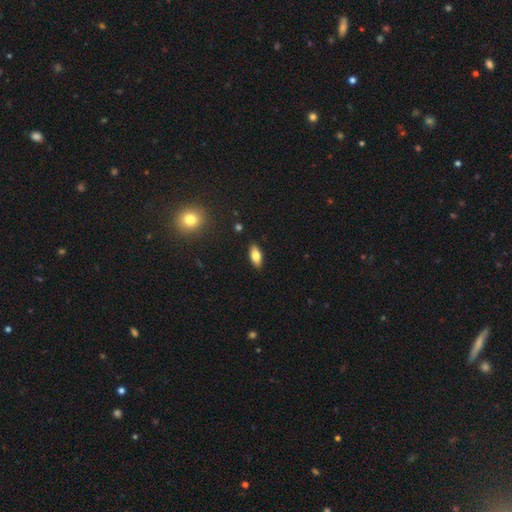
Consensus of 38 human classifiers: Q: Smooth or featured?
A: smooth (66%); runner-up: featured or disk (26%)
Q: How rounded?
A: in between (72%); runner-up: cigar-shaped (28%)
Q: Merging?
A: none (86%); runner-up: minor disturbance (14%)